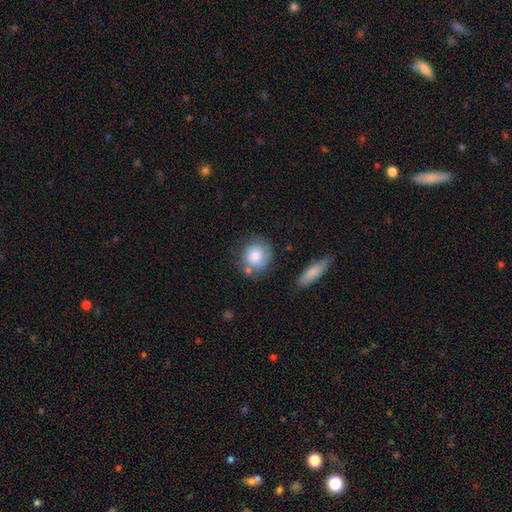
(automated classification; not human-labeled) Smooth or featured? smooth (74%)
How rounded? round (75%)
Merging? none (59%)